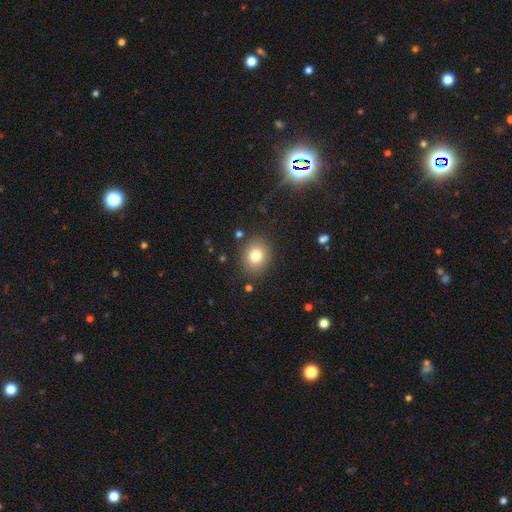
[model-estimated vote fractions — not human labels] Overall: smooth (80%). How rounded: round (60%; in between 39%). Merging: none (85%).